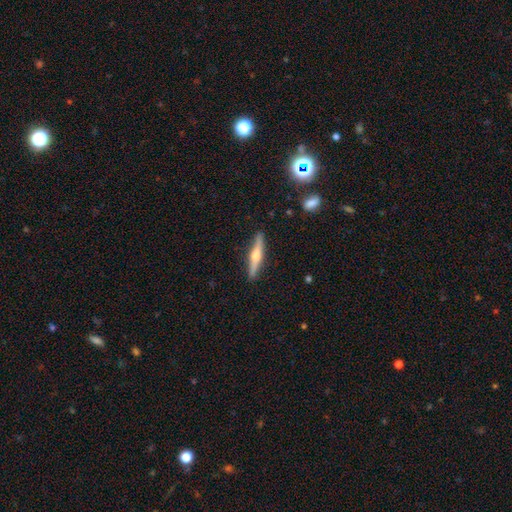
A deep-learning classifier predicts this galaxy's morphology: smooth-or-featured: featured or disk: 66% | smooth: 28% | star or artifact: 6%
  disk-edge-on: yes: 97% | no: 3%
    edge-on-bulge: rounded: 90% | boxy: 6% | none: 4%
  merging: none: 90% | minor disturbance: 8% | major disturbance: 2% | merger: 1%